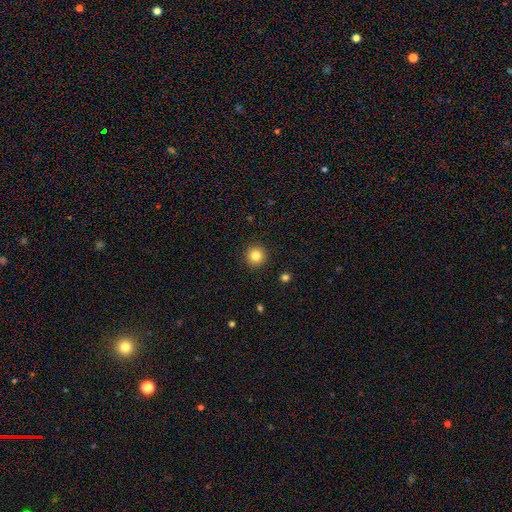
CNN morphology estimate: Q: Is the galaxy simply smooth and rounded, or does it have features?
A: smooth — 83%.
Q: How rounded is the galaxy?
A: round — 95%.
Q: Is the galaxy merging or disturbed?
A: none — 92%.